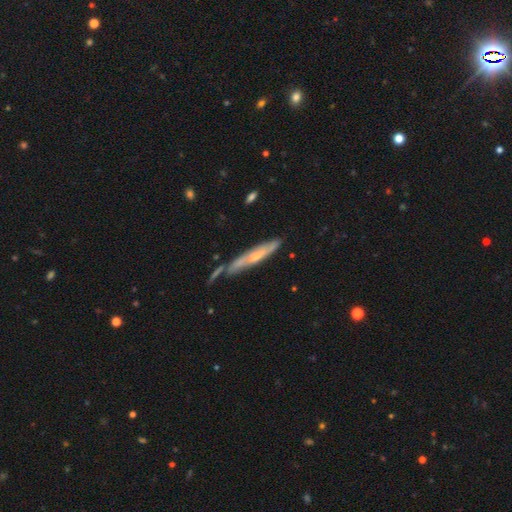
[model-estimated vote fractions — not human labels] A featured or disk galaxy (57%) viewed edge-on (72%).

Vote fractions:
- Smooth or featured? featured or disk: 57% / smooth: 36% / star or artifact: 6%
- Edge-on disk? yes: 72% / no: 28%
- Merging? none: 54% / minor disturbance: 25% / merger: 13% / major disturbance: 9%